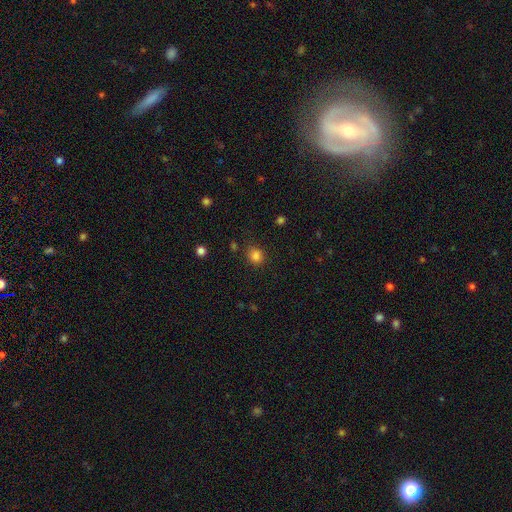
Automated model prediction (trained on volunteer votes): smooth-or-featured: smooth: 83% | star or artifact: 13% | featured or disk: 4%
  how-rounded: round: 80% | in between: 19% | cigar-shaped: 1%
  merging: none: 84% | minor disturbance: 11% | major disturbance: 3% | merger: 2%